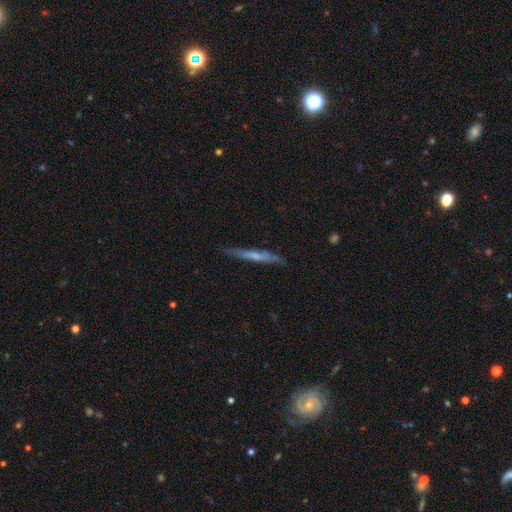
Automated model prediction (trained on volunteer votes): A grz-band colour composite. It shows a featured or disk galaxy (50%) viewed edge-on (92%). Merging: none (82%).